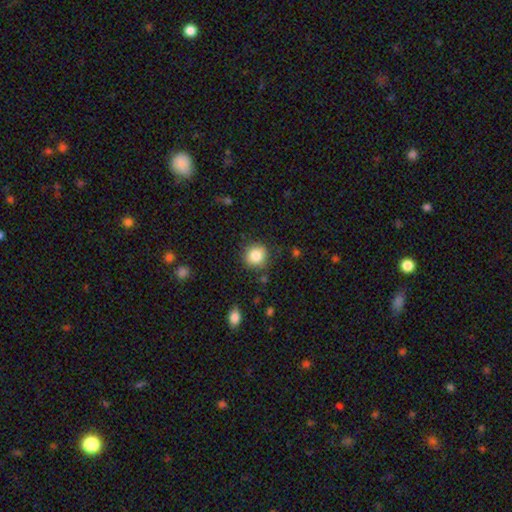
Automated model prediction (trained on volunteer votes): Smooth or featured? Predicted: smooth (p=0.85). How rounded? Predicted: round (p=0.88). Merging? Predicted: none (p=0.85).